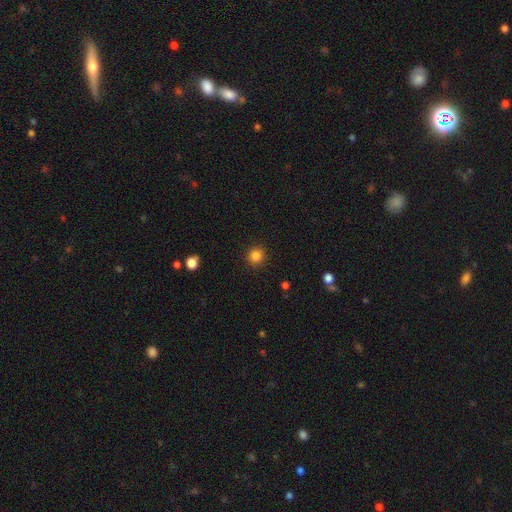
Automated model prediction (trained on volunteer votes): Morphology: type=smooth (84%); roundness=round (93%); merging=none (91%).